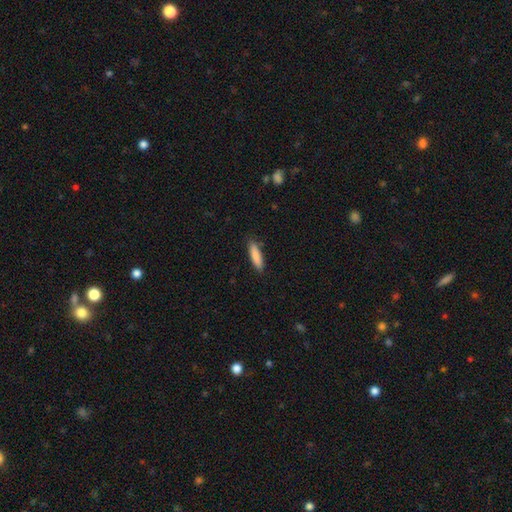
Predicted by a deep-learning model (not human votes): smooth 85%, featured or disk 9%, star or artifact 6%. Down the decision tree: how rounded — cigar-shaped (72%); merging — none (86%).